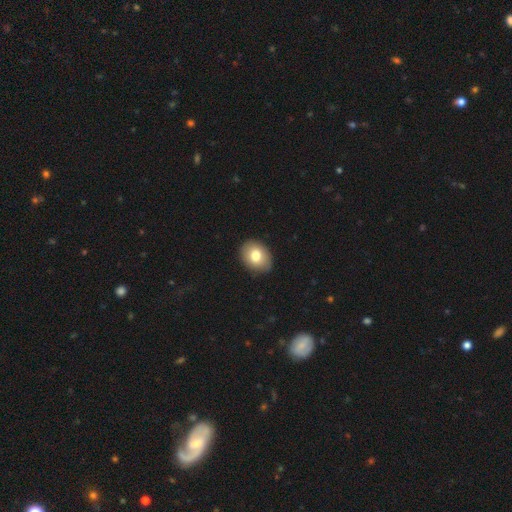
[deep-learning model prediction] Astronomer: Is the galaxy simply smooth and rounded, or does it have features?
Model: smooth — 78%.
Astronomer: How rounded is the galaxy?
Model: in between — 61% (runner-up: round, 38%).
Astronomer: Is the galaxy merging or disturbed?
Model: none — 84%.